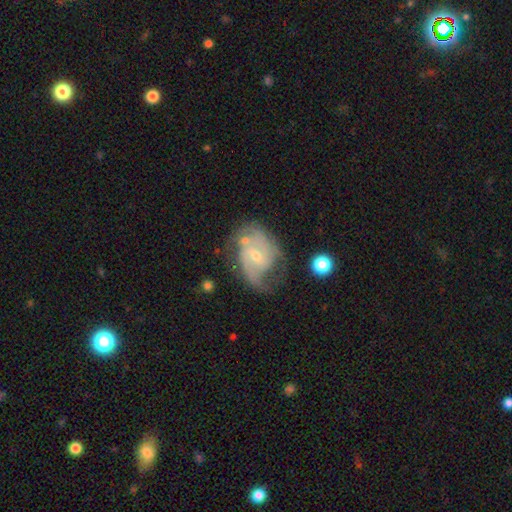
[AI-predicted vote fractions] Smooth or featured?
  - featured or disk: 83% *
  - smooth: 11%
  - star or artifact: 6%
Edge-on disk?
  - no: 97% *
  - yes: 3%
Bar?
  - no: 48% *
  - weak: 44%
  - strong: 9%
Spiral arms?
  - yes: 93% *
  - no: 7%
Spiral winding?
  - medium: 46% *
  - tight: 33%
  - loose: 21%
Spiral arm count?
  - 2: 63% *
  - can't tell: 18%
  - 3: 9%
  - 1: 6%
  - 4: 2%
  - more than 4: 2%
Bulge size?
  - small: 59% *
  - moderate: 37%
  - none: 2%
  - large: 1%
  - dominant: 1%
Merging?
  - none: 53% *
  - minor disturbance: 26%
  - major disturbance: 15%
  - merger: 6%